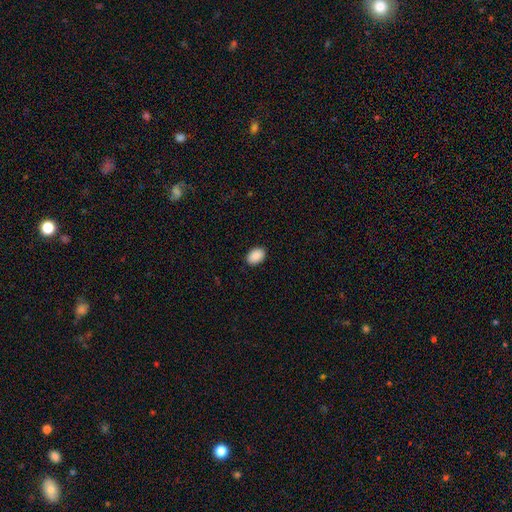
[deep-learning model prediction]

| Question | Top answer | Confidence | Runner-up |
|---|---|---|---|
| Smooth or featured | smooth | 91% | star or artifact (7%) |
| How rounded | in between | 86% | round (13%) |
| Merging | none | 89% | minor disturbance (8%) |